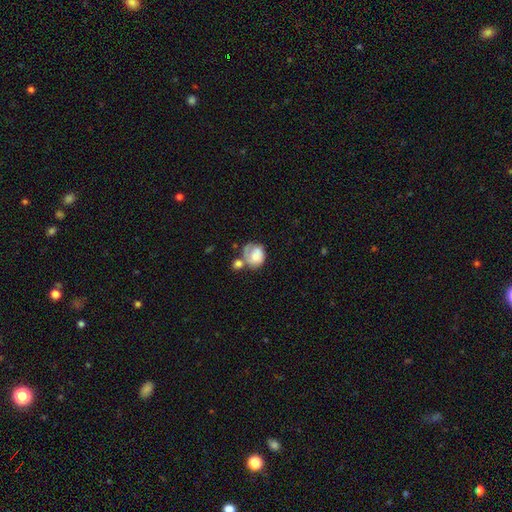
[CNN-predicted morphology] Smooth or featured: smooth — 54% (featured or disk — 38%)
How rounded: round — 64% (in between — 35%)
Merging: merger — 32% (none — 29%)